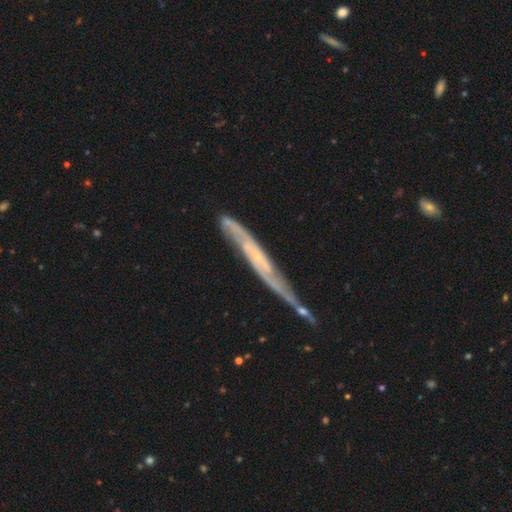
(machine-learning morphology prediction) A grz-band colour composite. It shows a featured or disk galaxy (75%) viewed edge-on (63%). Merging: none (53%).